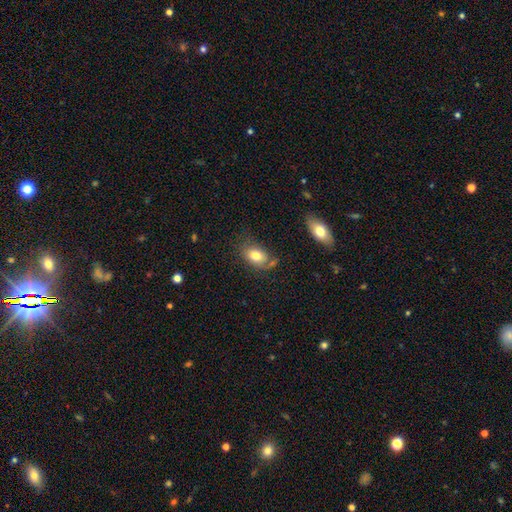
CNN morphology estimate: type=smooth (74%); roundness=in between (81%); merging=none (55%).